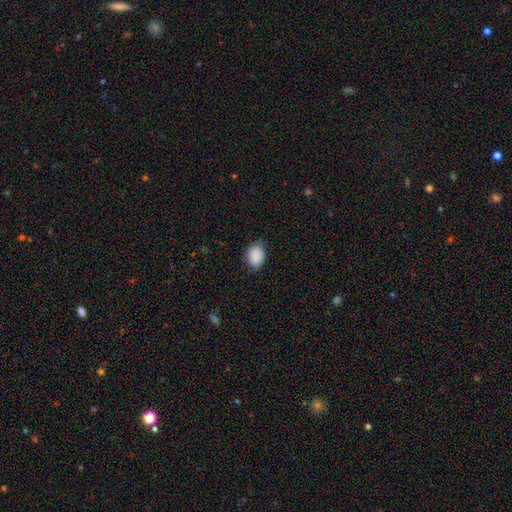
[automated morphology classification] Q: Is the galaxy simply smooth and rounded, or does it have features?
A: smooth — 90%.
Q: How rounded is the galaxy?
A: in between — 72%.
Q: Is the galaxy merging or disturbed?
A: none — 78%.